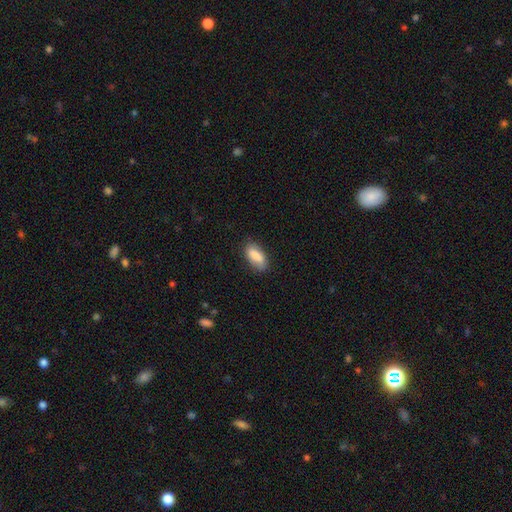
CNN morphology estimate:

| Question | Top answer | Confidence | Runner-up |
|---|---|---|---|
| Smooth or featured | smooth | 85% | featured or disk (8%) |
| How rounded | in between | 82% | cigar-shaped (15%) |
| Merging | none | 79% | minor disturbance (16%) |